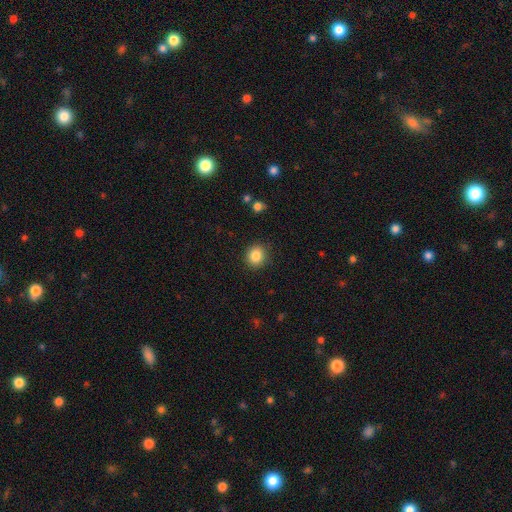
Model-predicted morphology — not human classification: smooth_or_featured: smooth (p=0.85) [alt: star or artifact p=0.10]
how_rounded: round (p=0.85) [alt: in between p=0.14]
merging: none (p=0.89) [alt: minor disturbance p=0.07]